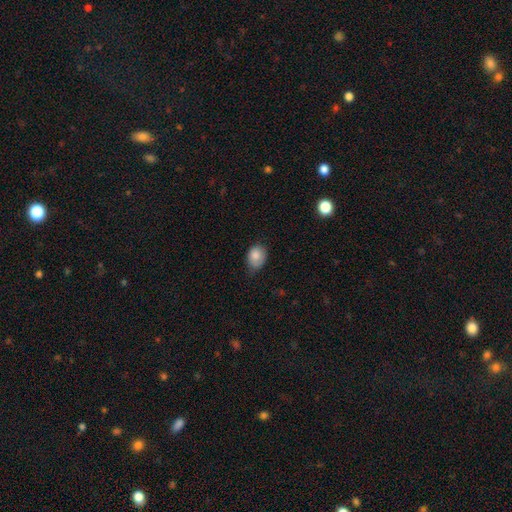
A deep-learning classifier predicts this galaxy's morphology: Smooth or featured: smooth — 85% (star or artifact — 8%)
How rounded: in between — 57% (round — 42%)
Merging: none — 54% (minor disturbance — 37%)